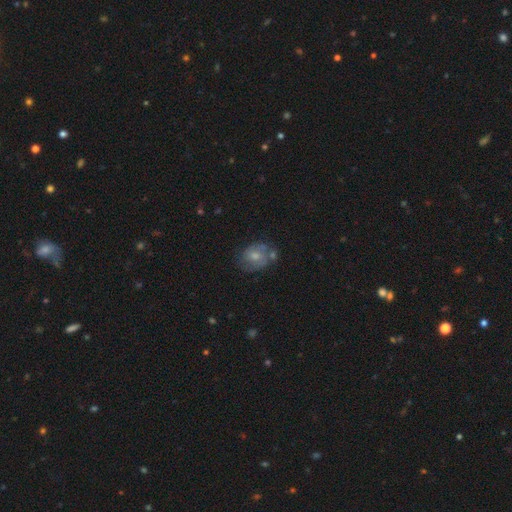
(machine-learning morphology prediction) A featured or disk galaxy (52%) with no bar (67%), spiral arms (72%) and a moderate central bulge (60%). Merging: none (57%).